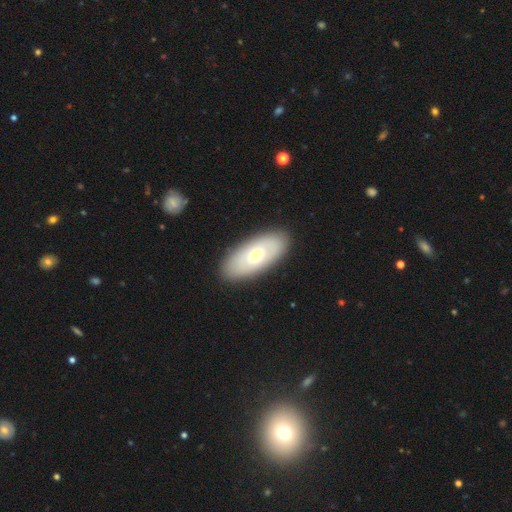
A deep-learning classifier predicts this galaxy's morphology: The model was most divided on "smooth or featured": smooth: 52%, featured or disk: 43%, star or artifact: 5%. More confident: merging — none (89%); how rounded — in between (87%).